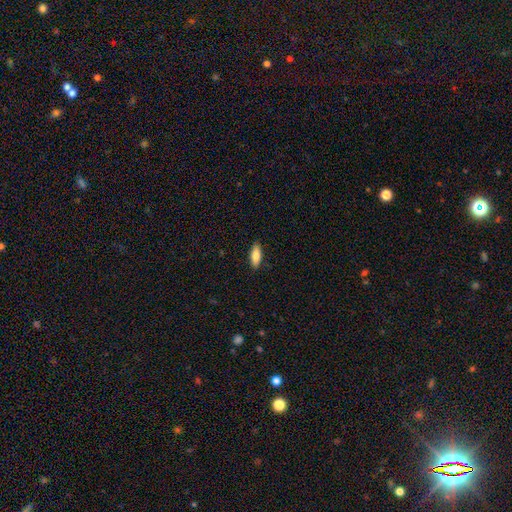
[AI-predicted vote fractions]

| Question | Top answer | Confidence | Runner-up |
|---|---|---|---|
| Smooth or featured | smooth | 82% | featured or disk (12%) |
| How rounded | in between | 70% | cigar-shaped (28%) |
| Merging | none | 88% | minor disturbance (9%) |